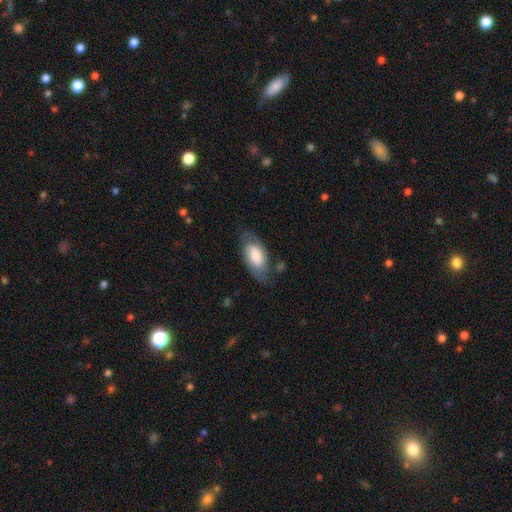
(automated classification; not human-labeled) Q: Smooth or featured?
A: smooth (66%); runner-up: featured or disk (28%)
Q: How rounded?
A: in between (92%); runner-up: cigar-shaped (5%)
Q: Merging?
A: none (67%); runner-up: minor disturbance (22%)